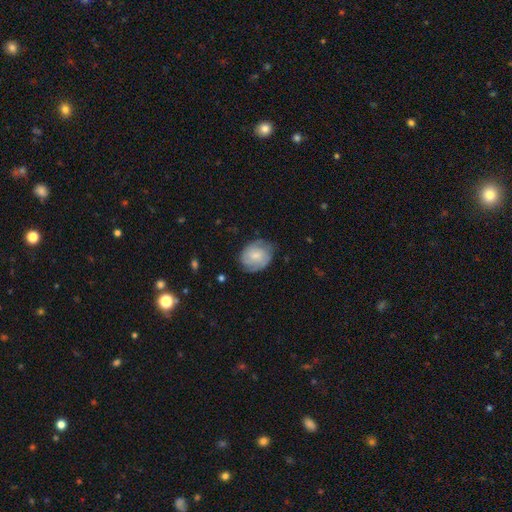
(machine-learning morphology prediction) type=featured or disk (50%); edge-on=no (97%); merging=none (67%).